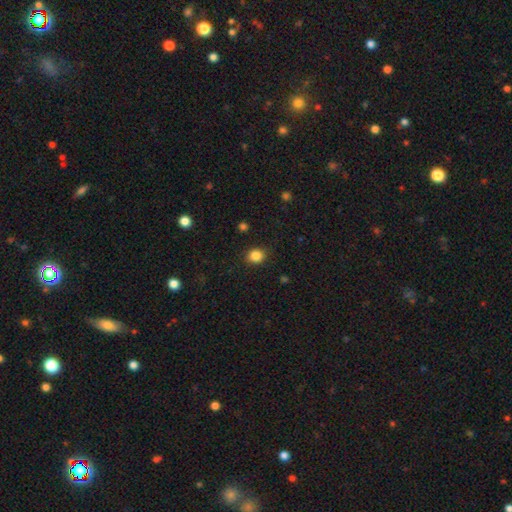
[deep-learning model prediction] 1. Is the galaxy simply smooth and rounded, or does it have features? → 85% smooth, 11% star or artifact, 4% featured or disk.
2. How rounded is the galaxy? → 71% round, 29% in between, 1% cigar-shaped.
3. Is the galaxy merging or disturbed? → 88% none, 8% minor disturbance, 2% major disturbance, 1% merger.